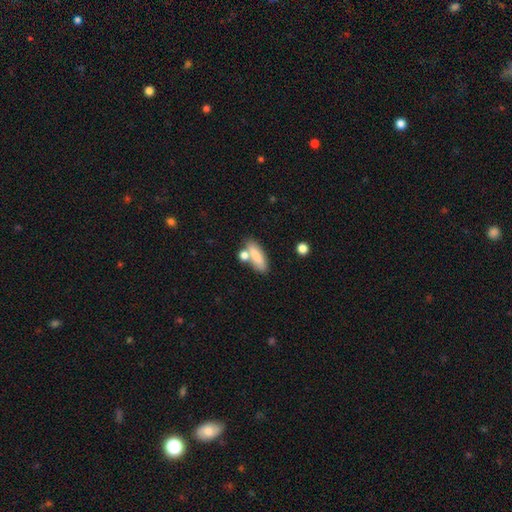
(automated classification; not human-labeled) Q: Smooth or featured?
A: smooth (78%); runner-up: featured or disk (14%)
Q: How rounded?
A: in between (54%); runner-up: cigar-shaped (42%)
Q: Merging?
A: none (57%); runner-up: merger (24%)